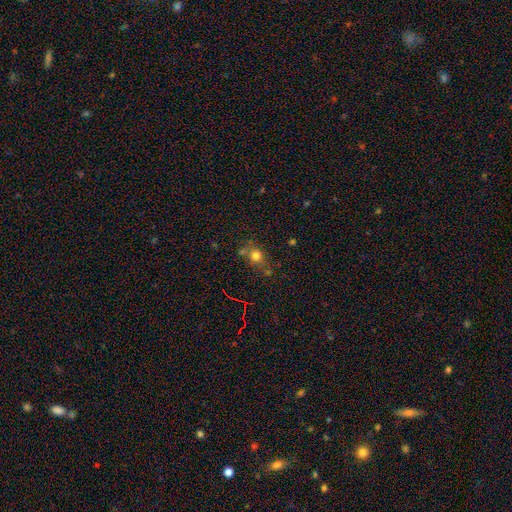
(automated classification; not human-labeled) This appears to be a smooth galaxy with no disk features (71%) that is round (75%). Merging: none (62%).